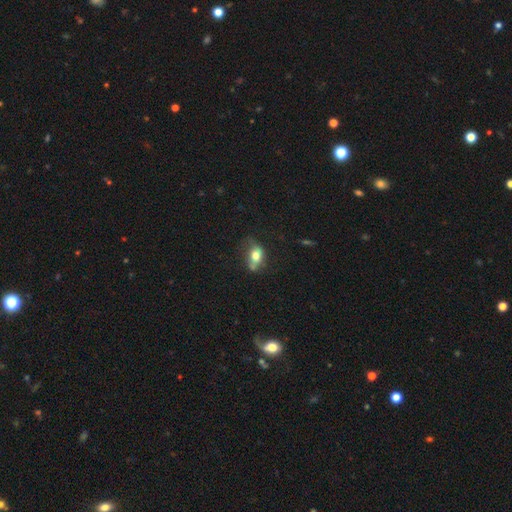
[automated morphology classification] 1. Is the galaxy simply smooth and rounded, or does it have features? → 71% smooth, 20% featured or disk, 9% star or artifact.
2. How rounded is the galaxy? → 71% in between, 26% round, 3% cigar-shaped.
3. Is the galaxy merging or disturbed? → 42% none, 29% minor disturbance, 15% merger, 13% major disturbance.